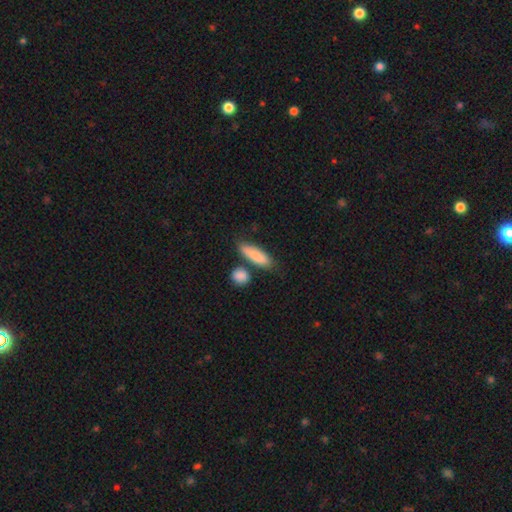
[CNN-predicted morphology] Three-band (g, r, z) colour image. It shows a smooth galaxy with no disk features (85%) that is cigar-shaped (51%). Merging: none (70%).